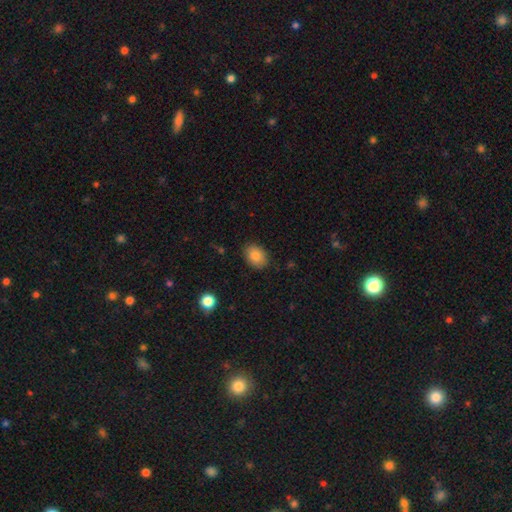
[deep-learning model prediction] Smooth or featured: smooth — 86% (star or artifact — 8%)
How rounded: in between — 73% (round — 26%)
Merging: none — 86% (minor disturbance — 11%)